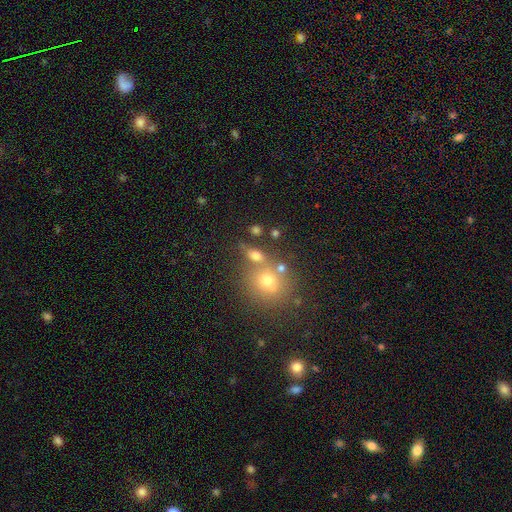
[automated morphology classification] Q: Smooth or featured?
A: smooth (68%); runner-up: star or artifact (16%)
Q: How rounded?
A: in between (54%); runner-up: round (38%)
Q: Merging?
A: none (55%); runner-up: merger (26%)